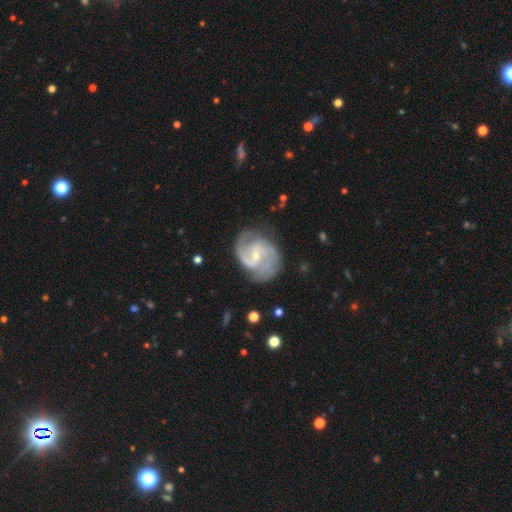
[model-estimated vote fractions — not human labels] Smooth or featured? featured or disk (89%)
Edge-on disk? no (98%)
Bar? weak (51%)
Spiral arms? yes (97%)
Spiral winding? medium (53%)
Spiral arm count? 2 (73%)
Bulge size? small (65%)
Merging? none (70%)